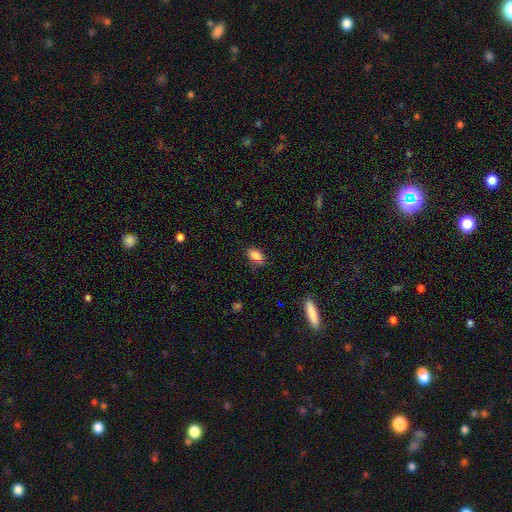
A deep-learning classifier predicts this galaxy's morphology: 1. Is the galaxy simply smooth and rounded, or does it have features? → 85% smooth, 9% star or artifact, 6% featured or disk.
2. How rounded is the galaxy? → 88% in between, 8% round, 4% cigar-shaped.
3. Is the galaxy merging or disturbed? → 74% none, 19% minor disturbance, 4% major disturbance, 2% merger.